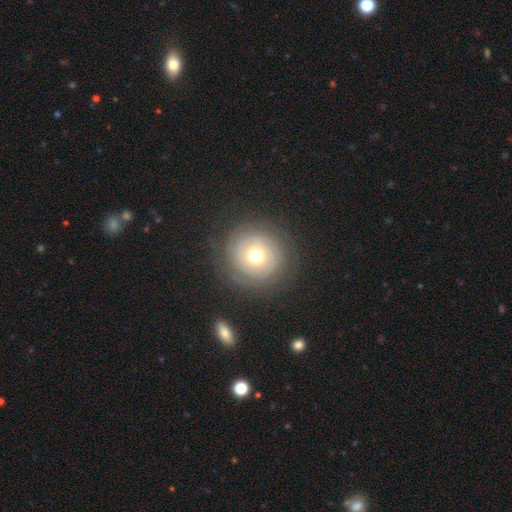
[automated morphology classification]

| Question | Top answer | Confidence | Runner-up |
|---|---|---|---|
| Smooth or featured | featured or disk | 53% | smooth (37%) |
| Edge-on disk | no | 97% | yes (3%) |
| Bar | no | 84% | weak (12%) |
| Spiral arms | yes | 67% | no (33%) |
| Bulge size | moderate | 72% | small (15%) |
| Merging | none | 81% | minor disturbance (11%) |